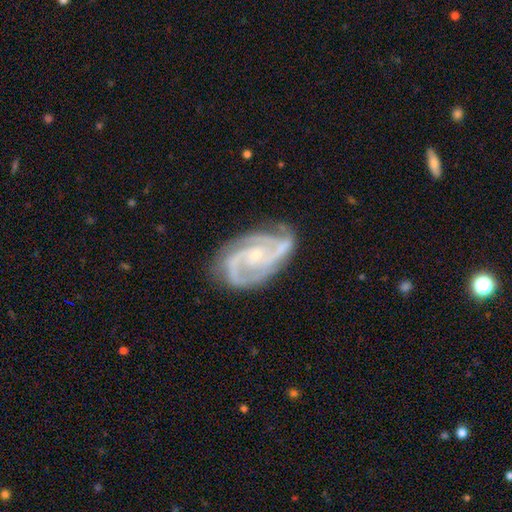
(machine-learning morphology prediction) smooth-or-featured: featured or disk: 92% | star or artifact: 4% | smooth: 4%
  disk-edge-on: no: 98% | yes: 2%
    bar: no: 60% | weak: 30% | strong: 10%
    has-spiral-arms: yes: 98% | no: 2%
      spiral-winding: medium: 47% | tight: 45% | loose: 7%
      spiral-arm-count: 2: 42% | 3: 40% | can't tell: 6% | 4: 5% | 1: 3% | more than 4: 3%
    bulge-size: small: 72% | moderate: 23% | none: 3% | large: 1% | dominant: 1%
  merging: none: 69% | minor disturbance: 22% | major disturbance: 8% | merger: 2%